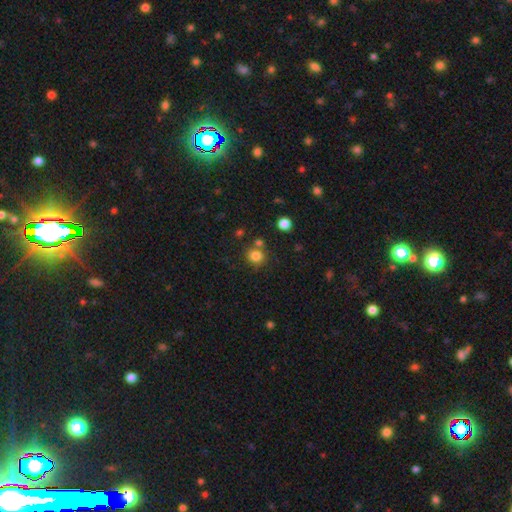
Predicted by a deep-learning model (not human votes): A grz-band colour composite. It shows a smooth galaxy with no disk features (81%) that is round (87%). Merging: none (73%).